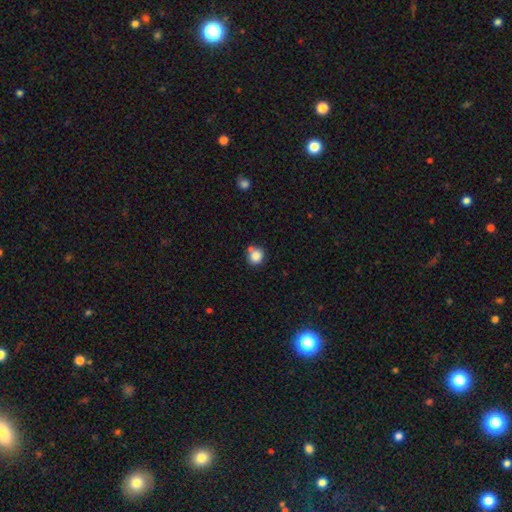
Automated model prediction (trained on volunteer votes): The model was most divided on "merging": none: 67%, merger: 17%, minor disturbance: 13%, major disturbance: 3%. More confident: smooth or featured — smooth (85%); how rounded — round (85%).